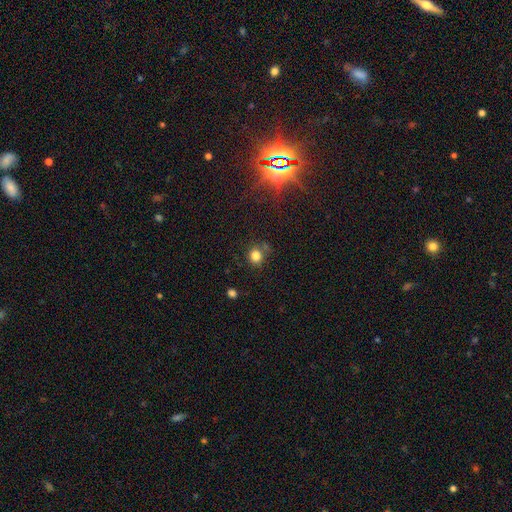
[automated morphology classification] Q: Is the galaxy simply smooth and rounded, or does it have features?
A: smooth — 81%.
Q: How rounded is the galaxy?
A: round — 81%.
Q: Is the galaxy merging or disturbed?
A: none — 71%.